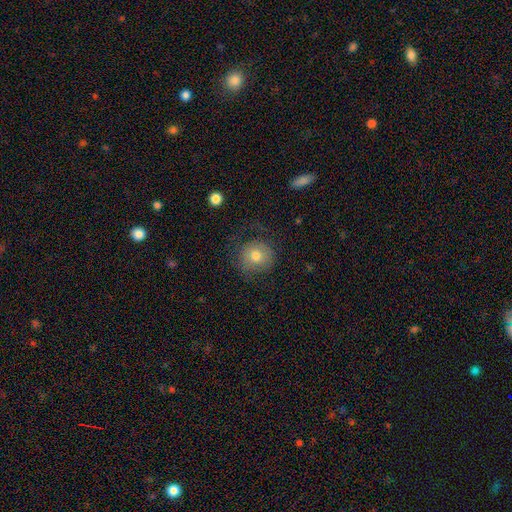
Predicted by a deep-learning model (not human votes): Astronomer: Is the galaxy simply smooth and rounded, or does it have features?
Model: smooth — 70%.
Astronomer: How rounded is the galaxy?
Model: round — 90%.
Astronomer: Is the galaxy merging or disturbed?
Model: none — 68%.